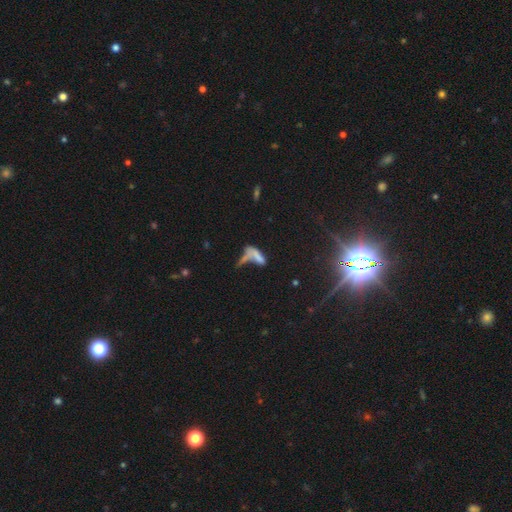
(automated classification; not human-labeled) Overall: smooth (59%; featured or disk 25%). How rounded: in between (53%; cigar-shaped 42%). Merging: merger (45%; major disturbance 22%).